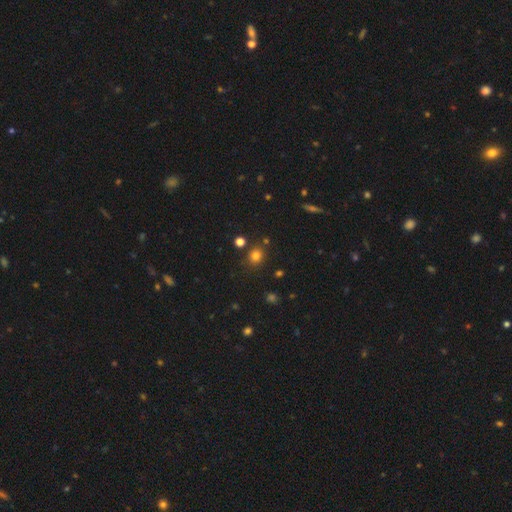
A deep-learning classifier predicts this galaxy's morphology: Smooth or featured: smooth — 77% (star or artifact — 17%)
How rounded: round — 82% (in between — 17%)
Merging: none — 83% (minor disturbance — 9%)